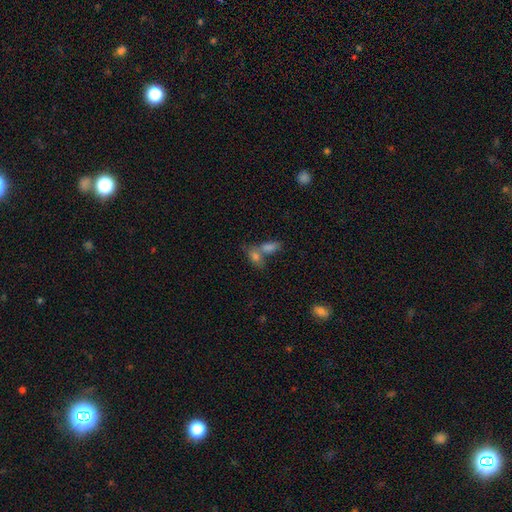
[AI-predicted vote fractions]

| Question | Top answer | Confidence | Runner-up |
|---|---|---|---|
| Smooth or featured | smooth | 76% | featured or disk (13%) |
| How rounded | in between | 81% | round (12%) |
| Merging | merger | 52% | none (34%) |